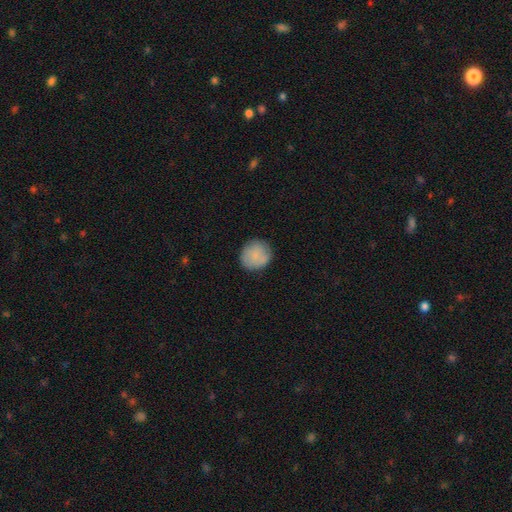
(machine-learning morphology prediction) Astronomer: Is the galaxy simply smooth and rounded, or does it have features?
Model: smooth — 84%.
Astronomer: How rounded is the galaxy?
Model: round — 89%.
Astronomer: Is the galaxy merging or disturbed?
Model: none — 83%.